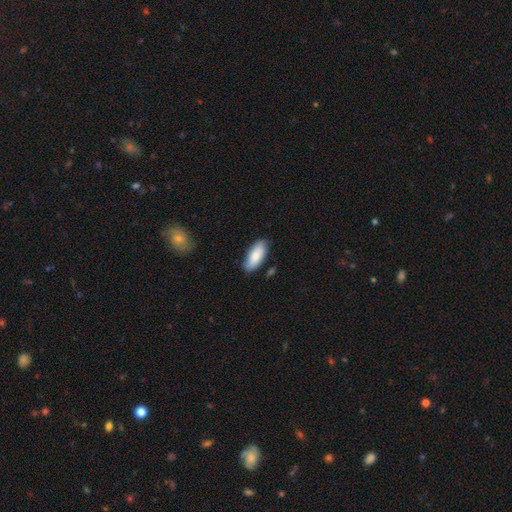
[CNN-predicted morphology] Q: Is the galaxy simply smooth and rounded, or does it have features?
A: smooth — 83%.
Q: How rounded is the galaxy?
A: in between — 83%.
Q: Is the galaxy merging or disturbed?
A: none — 82%.